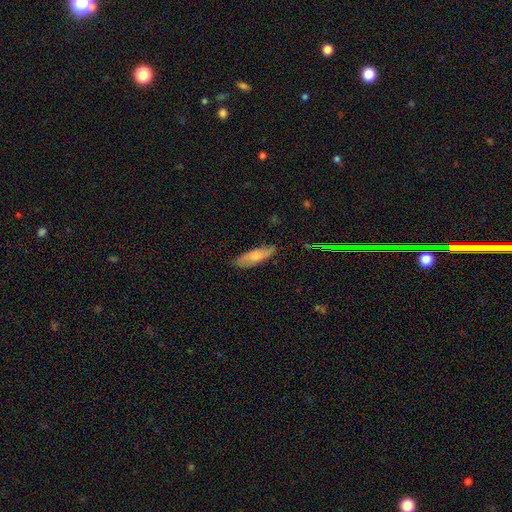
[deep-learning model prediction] Smooth or featured?
  - smooth: 68% *
  - featured or disk: 25%
  - star or artifact: 6%
How rounded?
  - in between: 51% *
  - cigar-shaped: 46%
  - round: 2%
Merging?
  - none: 82% *
  - minor disturbance: 14%
  - major disturbance: 2%
  - merger: 1%